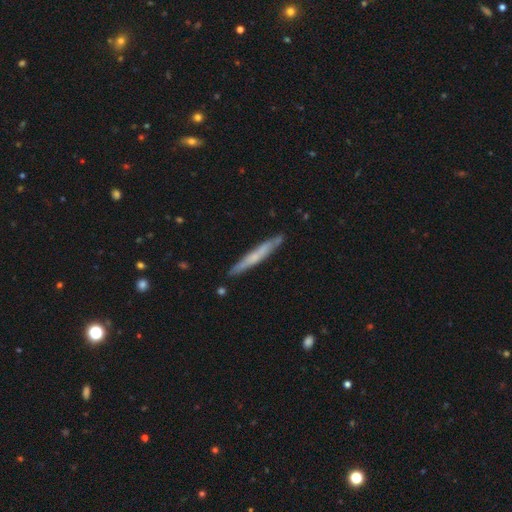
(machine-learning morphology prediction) A featured or disk galaxy (48%). Merging: none (86%).